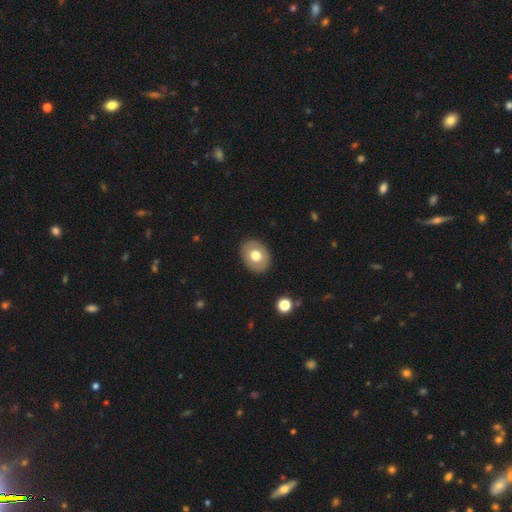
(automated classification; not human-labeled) This is likely a smooth galaxy (70%). How rounded: likely in between (67%). Merging: clearly none (88%).